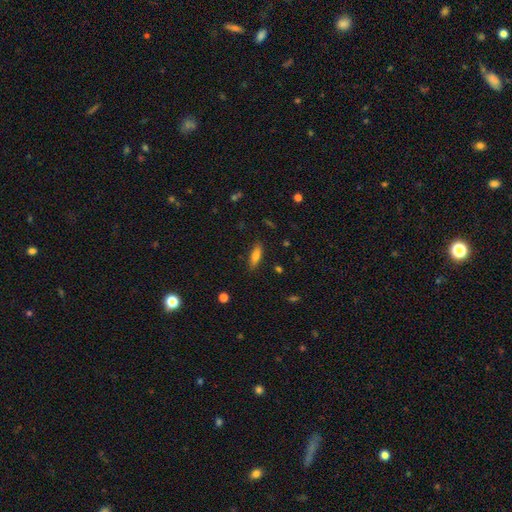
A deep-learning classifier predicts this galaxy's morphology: Q: Smooth or featured?
A: smooth (77%); runner-up: featured or disk (15%)
Q: How rounded?
A: in between (50%); runner-up: cigar-shaped (48%)
Q: Merging?
A: none (86%); runner-up: minor disturbance (10%)